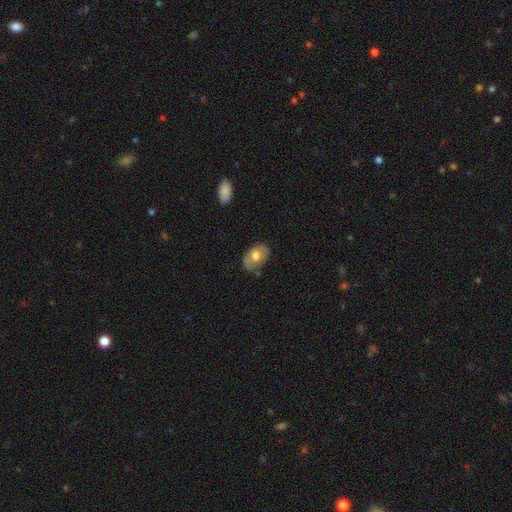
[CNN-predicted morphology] smooth-or-featured: smooth: 59% | featured or disk: 35% | star or artifact: 7%
  how-rounded: in between: 82% | round: 17% | cigar-shaped: 1%
  merging: none: 72% | minor disturbance: 21% | major disturbance: 5% | merger: 3%